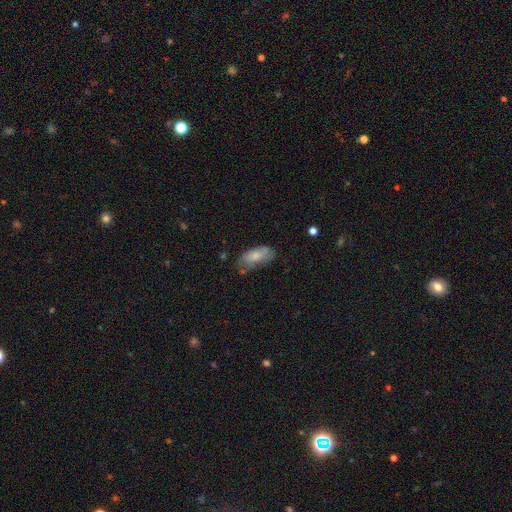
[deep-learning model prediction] smooth_or_featured: smooth (p=0.71) [alt: featured or disk p=0.22]
how_rounded: in between (p=0.86) [alt: cigar-shaped p=0.12]
merging: none (p=0.50) [alt: minor disturbance p=0.33]